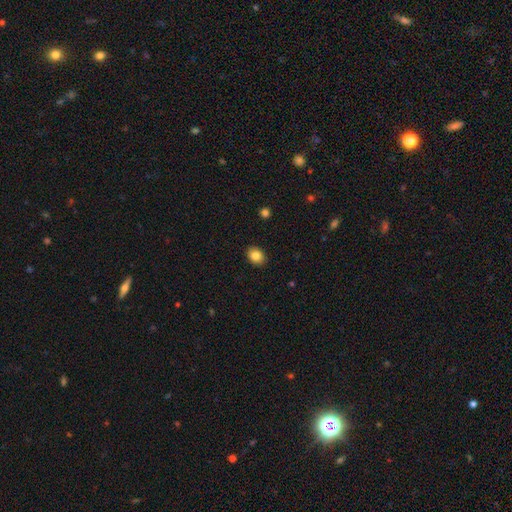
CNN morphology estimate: A smooth galaxy with no disk features (84%) that is in between round and cigar-shaped (64%). Merging: none (90%).